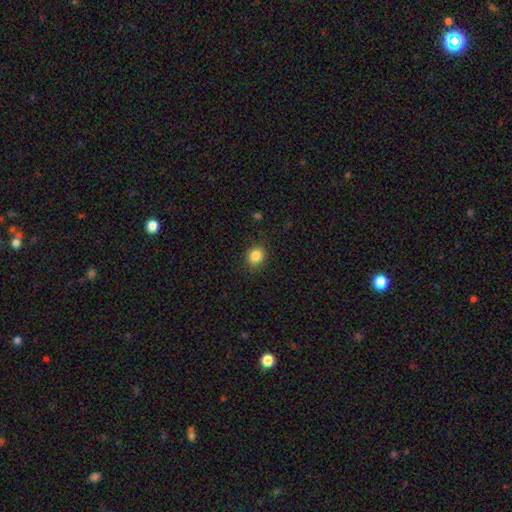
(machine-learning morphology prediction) Smooth or featured? Predicted: smooth (p=0.85). How rounded? Predicted: round (p=0.77). Merging? Predicted: none (p=0.88).